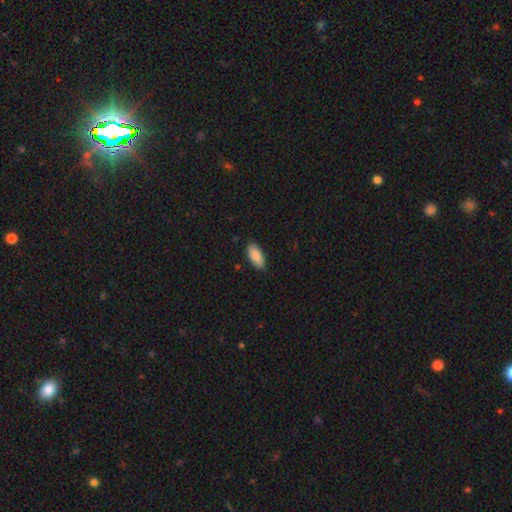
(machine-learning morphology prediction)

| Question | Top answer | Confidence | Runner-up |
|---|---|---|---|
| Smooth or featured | smooth | 89% | star or artifact (6%) |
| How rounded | in between | 88% | cigar-shaped (10%) |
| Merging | none | 86% | minor disturbance (11%) |